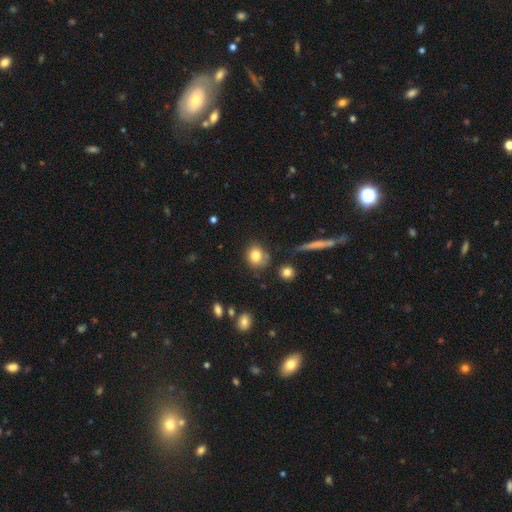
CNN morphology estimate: smooth 81%, star or artifact 10%, featured or disk 9%. Down the decision tree: how rounded — round (72%); merging — none (72%).